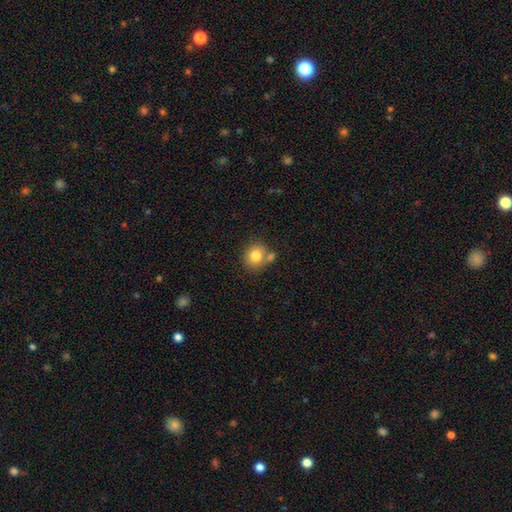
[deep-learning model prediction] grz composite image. It shows a smooth galaxy with no disk features (81%) that is round (75%). Merging: none (65%).